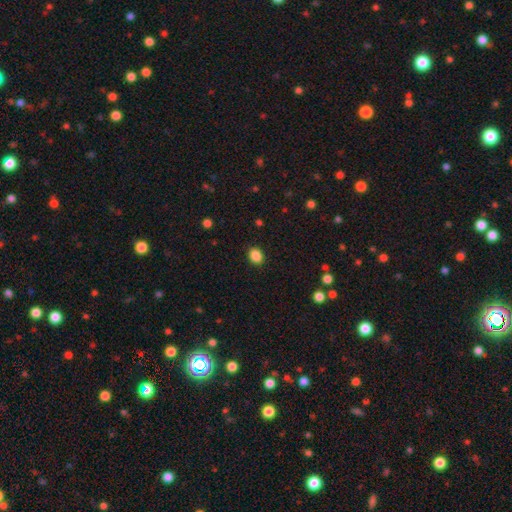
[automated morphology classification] Smooth or featured? smooth (88%)
How rounded? in between (65%)
Merging? none (89%)